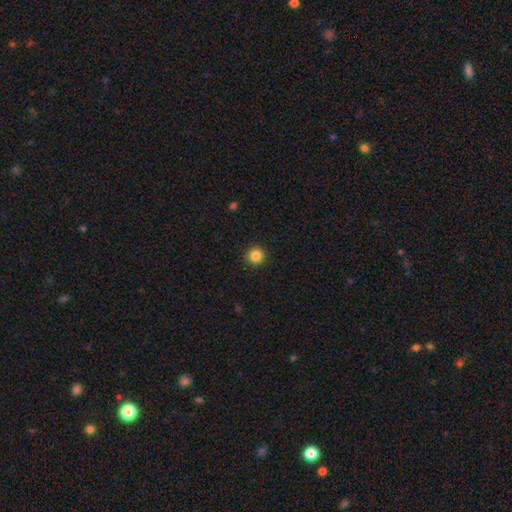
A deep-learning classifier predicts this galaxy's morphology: Smooth or featured: smooth — 85% (star or artifact — 11%)
How rounded: round — 94% (in between — 5%)
Merging: none — 92% (minor disturbance — 5%)